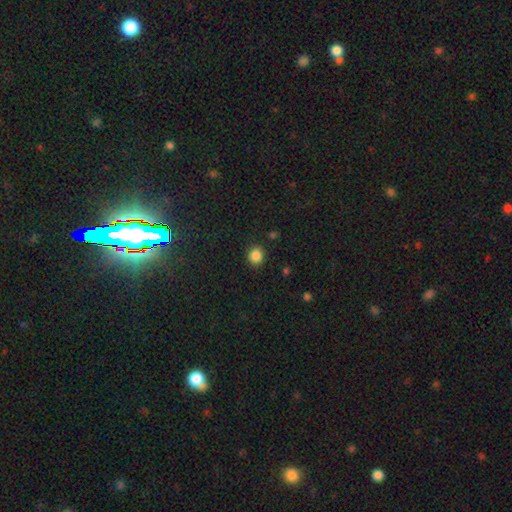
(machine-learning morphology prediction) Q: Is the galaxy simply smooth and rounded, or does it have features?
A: smooth — 86%.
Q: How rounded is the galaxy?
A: round — 77%.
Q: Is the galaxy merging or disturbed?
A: none — 88%.